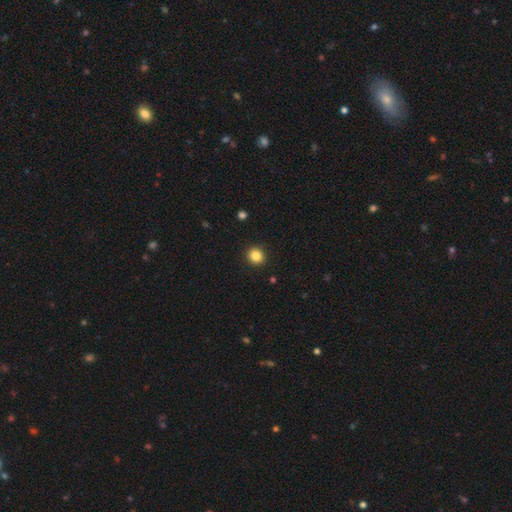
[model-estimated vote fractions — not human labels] This appears to be a smooth galaxy with no disk features (86%) that is round (85%). Merging: none (92%).